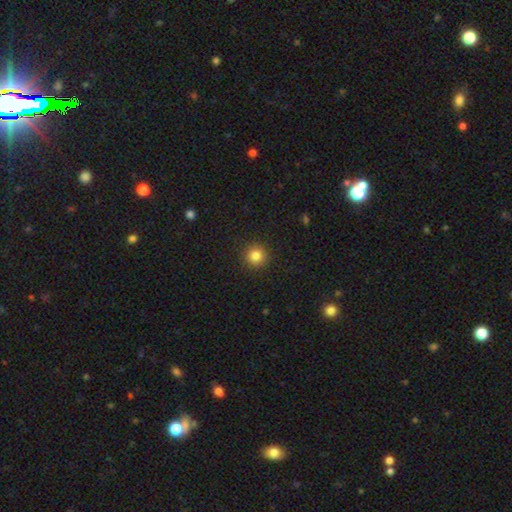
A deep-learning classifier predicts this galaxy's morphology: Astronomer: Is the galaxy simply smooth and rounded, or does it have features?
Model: smooth — 84%.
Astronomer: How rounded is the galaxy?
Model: round — 95%.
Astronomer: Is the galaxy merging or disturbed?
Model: none — 92%.